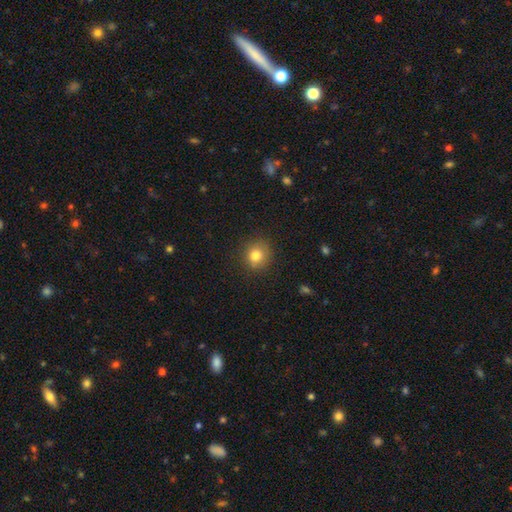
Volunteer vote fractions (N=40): Smooth or featured? 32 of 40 (80%) said smooth. How rounded? 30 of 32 (94%) said round. Merging? 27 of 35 (77%) said none.